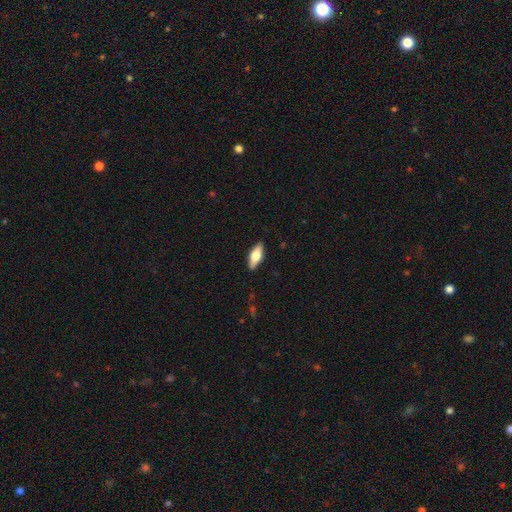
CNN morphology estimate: Q: Smooth or featured?
A: smooth (60%); runner-up: featured or disk (34%)
Q: How rounded?
A: in between (68%); runner-up: cigar-shaped (29%)
Q: Merging?
A: none (88%); runner-up: minor disturbance (9%)